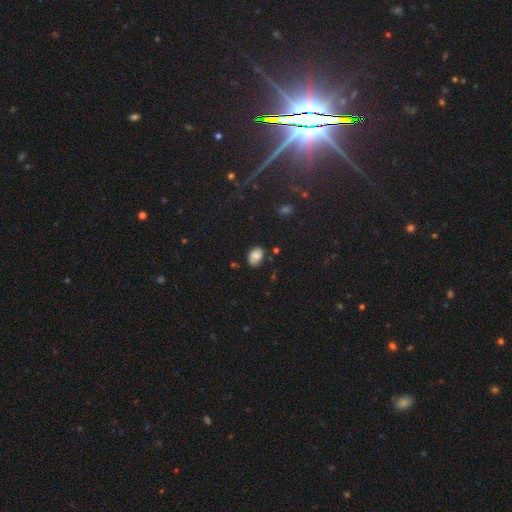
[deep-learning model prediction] This appears to be a smooth galaxy with no disk features (81%) that is in between round and cigar-shaped (83%). Merging: none (72%).